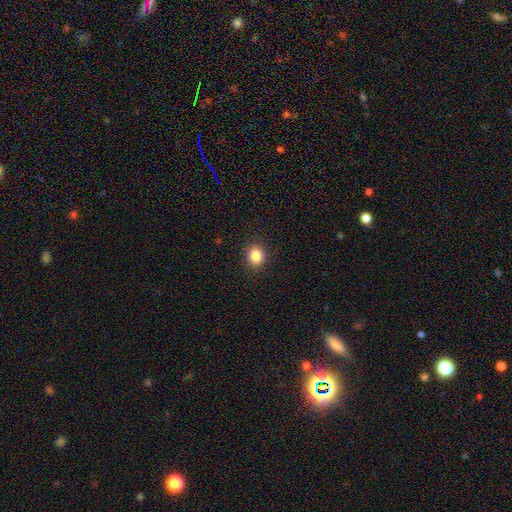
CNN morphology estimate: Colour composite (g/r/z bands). It shows a smooth galaxy with no disk features (86%) that is round (70%). Merging: none (89%).